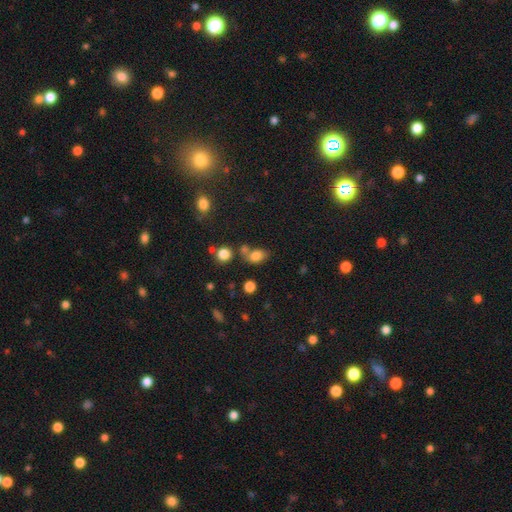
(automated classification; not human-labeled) Q: Smooth or featured?
A: smooth (80%); runner-up: star or artifact (12%)
Q: How rounded?
A: in between (78%); runner-up: round (20%)
Q: Merging?
A: none (54%); runner-up: merger (25%)